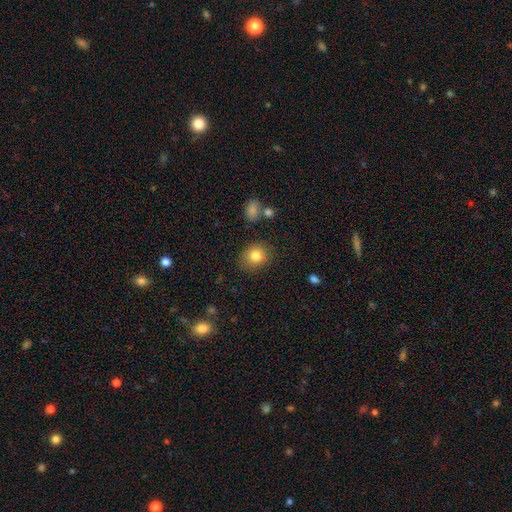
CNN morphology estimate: type=smooth (82%); roundness=round (64%); merging=none (79%).